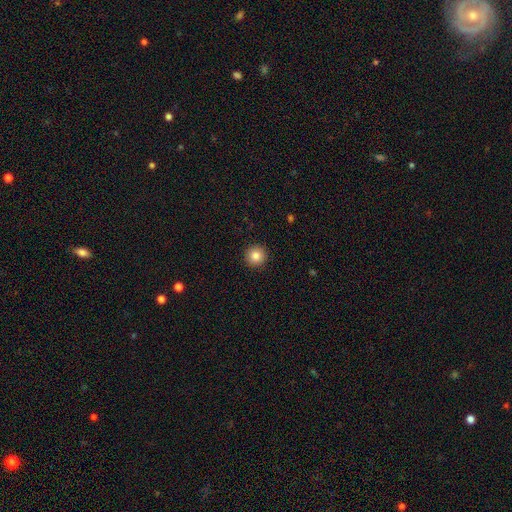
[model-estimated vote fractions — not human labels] This appears to be a smooth galaxy with no disk features (84%) that is round (95%). Merging: none (93%).